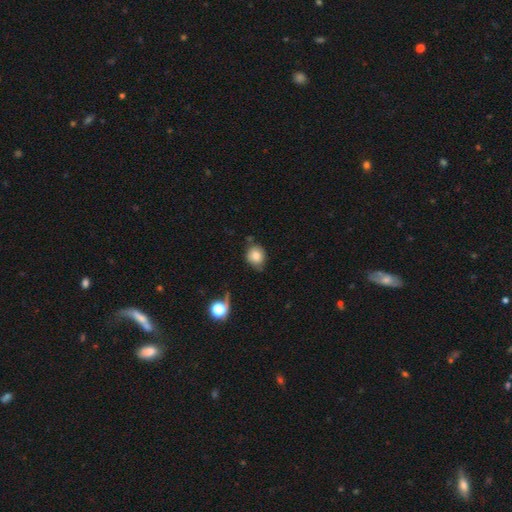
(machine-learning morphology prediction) This appears to be a smooth galaxy with no disk features (80%) that is round (75%). Merging: none (68%).